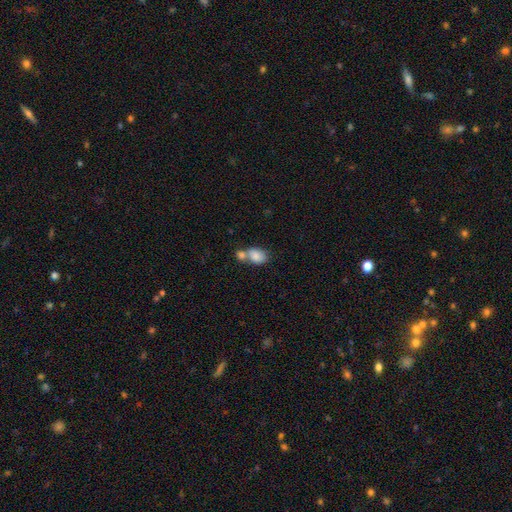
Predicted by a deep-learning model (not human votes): smooth-or-featured: smooth: 82% | featured or disk: 10% | star or artifact: 8%
  how-rounded: in between: 76% | round: 22% | cigar-shaped: 1%
  merging: merger: 55% | none: 31% | minor disturbance: 10% | major disturbance: 4%